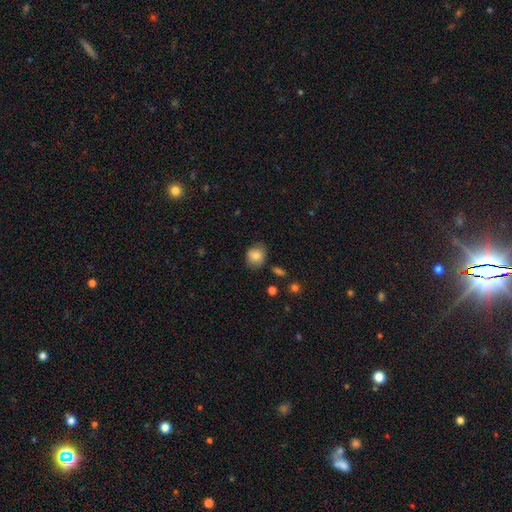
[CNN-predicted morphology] Smooth or featured? Predicted: smooth (p=0.81). How rounded? Predicted: round (p=0.71). Merging? Predicted: none (p=0.74).